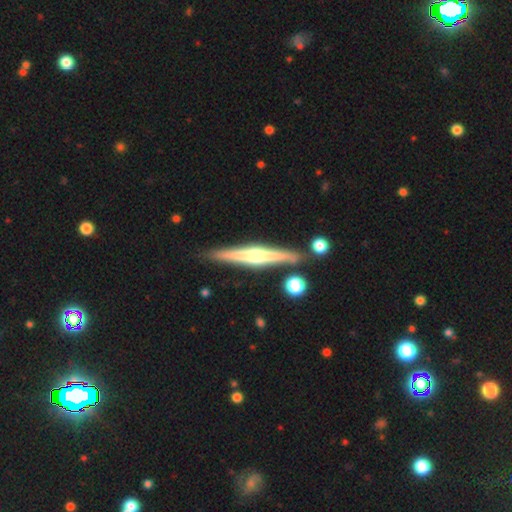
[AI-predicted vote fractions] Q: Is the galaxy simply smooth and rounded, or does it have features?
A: featured or disk — 78%.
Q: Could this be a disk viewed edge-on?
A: yes — 98%.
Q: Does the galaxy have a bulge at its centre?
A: rounded — 82%.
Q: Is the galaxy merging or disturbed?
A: none — 86%.